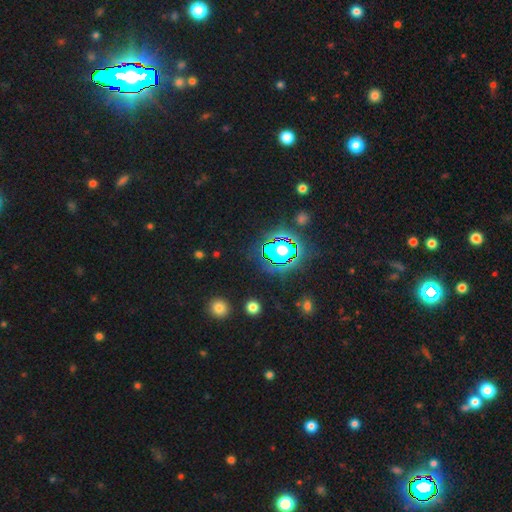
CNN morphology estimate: This is clearly a star or artifact rather than a galaxy (83%).